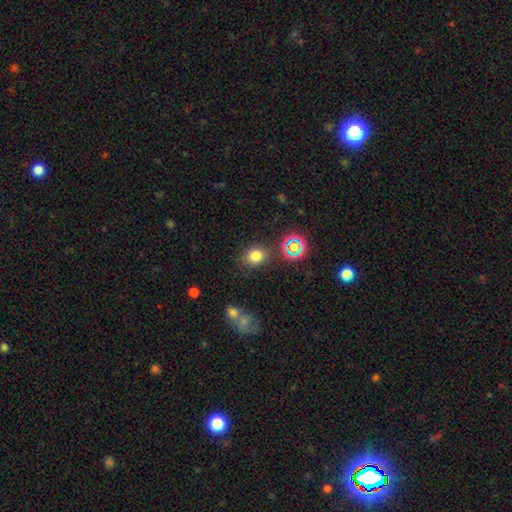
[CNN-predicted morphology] type=smooth (75%); roundness=round (60%); merging=none (80%).